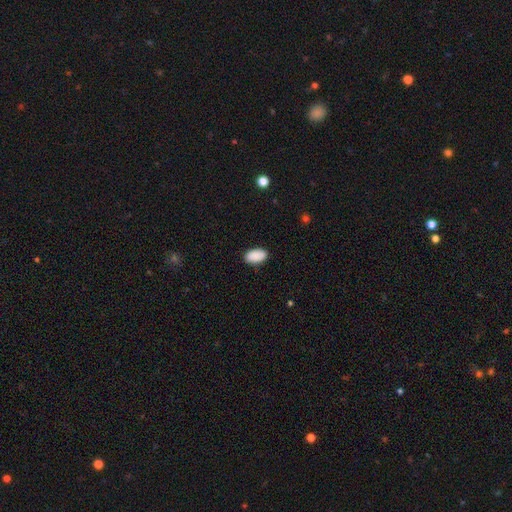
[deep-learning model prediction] Smooth or featured: smooth — 91% (star or artifact — 7%)
How rounded: in between — 94% (round — 4%)
Merging: none — 87% (minor disturbance — 10%)